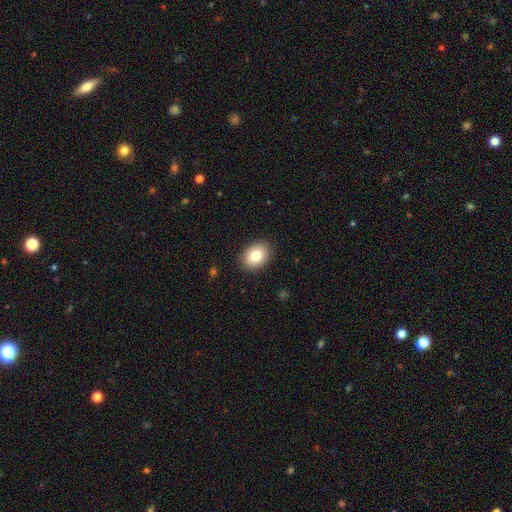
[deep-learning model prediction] Smooth or featured? smooth (82%)
How rounded? in between (68%)
Merging? none (89%)